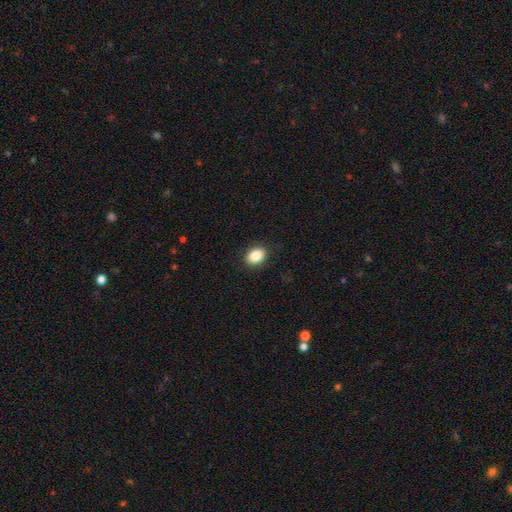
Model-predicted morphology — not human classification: smooth-or-featured: smooth: 87% | star or artifact: 8% | featured or disk: 5%
  how-rounded: in between: 75% | round: 24% | cigar-shaped: 1%
  merging: none: 89% | minor disturbance: 8% | major disturbance: 2% | merger: 1%